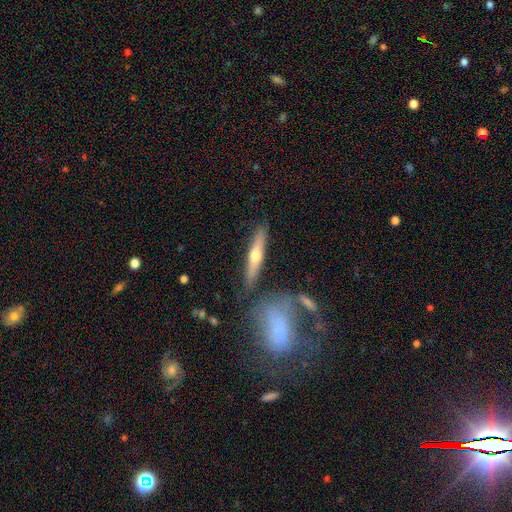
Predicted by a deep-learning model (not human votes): Smooth or featured? Predicted: featured or disk (p=0.52). Edge-on disk? Predicted: yes (p=0.91). Merging? Predicted: none (p=0.83).